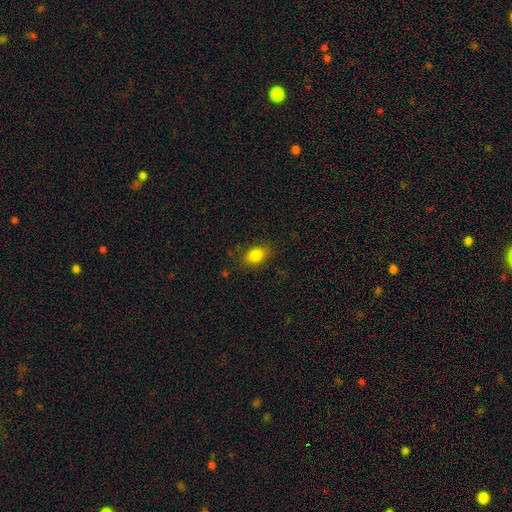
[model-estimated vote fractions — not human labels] smooth_or_featured: smooth (p=0.84) [alt: star or artifact p=0.10]
how_rounded: in between (p=0.79) [alt: round p=0.19]
merging: none (p=0.83) [alt: minor disturbance p=0.12]